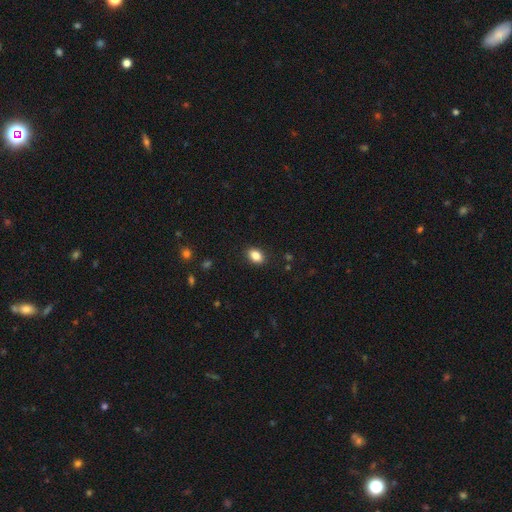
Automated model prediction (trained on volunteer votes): This appears to be a smooth galaxy with no disk features (86%) that is in between round and cigar-shaped (80%). Merging: none (89%).